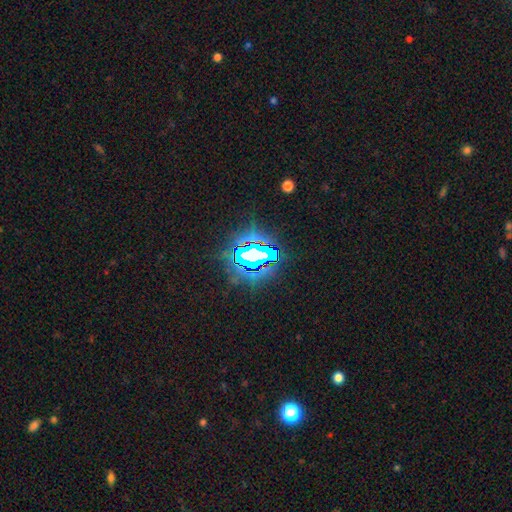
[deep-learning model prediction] smooth_or_featured: star or artifact (p=0.74) [alt: smooth p=0.14]